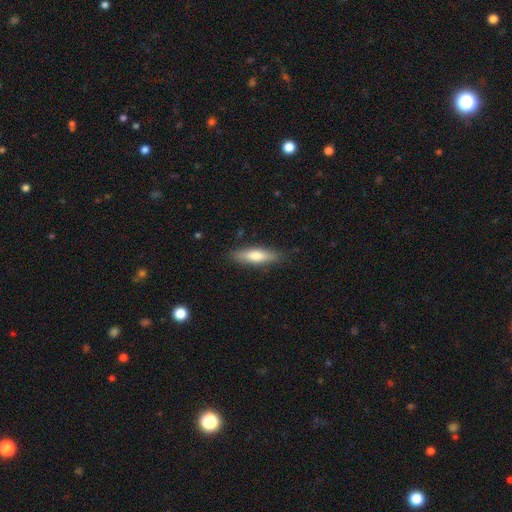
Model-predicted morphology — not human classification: This appears to be a smooth galaxy with no disk features (70%) that is cigar-shaped (65%). Merging: none (85%).